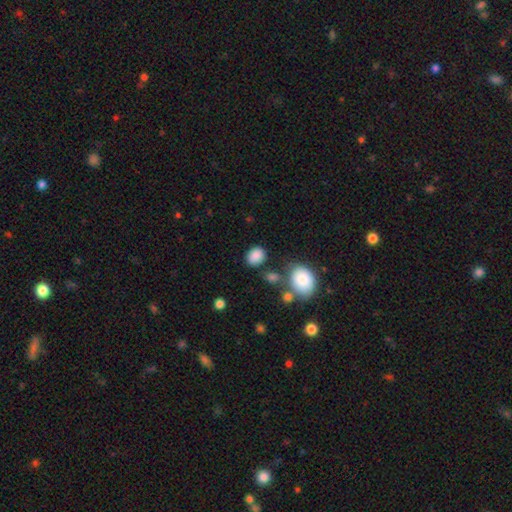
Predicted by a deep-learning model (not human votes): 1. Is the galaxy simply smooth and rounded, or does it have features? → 86% smooth, 9% star or artifact, 4% featured or disk.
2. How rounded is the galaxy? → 59% in between, 40% round, 1% cigar-shaped.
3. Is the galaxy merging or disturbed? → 74% none, 15% minor disturbance, 6% merger, 5% major disturbance.